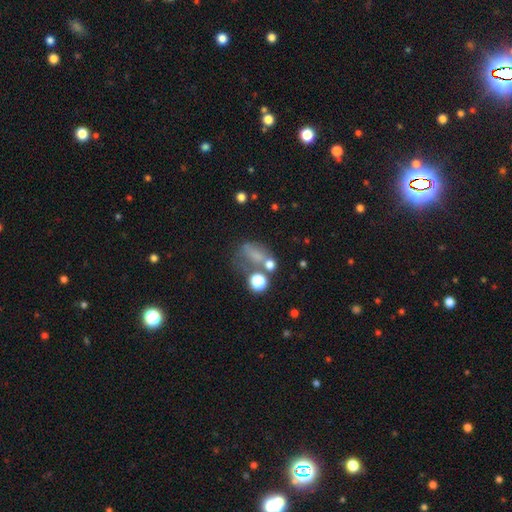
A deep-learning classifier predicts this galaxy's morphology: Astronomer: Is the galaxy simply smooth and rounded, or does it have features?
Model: smooth — 52%.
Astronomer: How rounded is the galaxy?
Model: in between — 64%.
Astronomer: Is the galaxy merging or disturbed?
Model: none — 31% (runner-up: major disturbance, 28%).